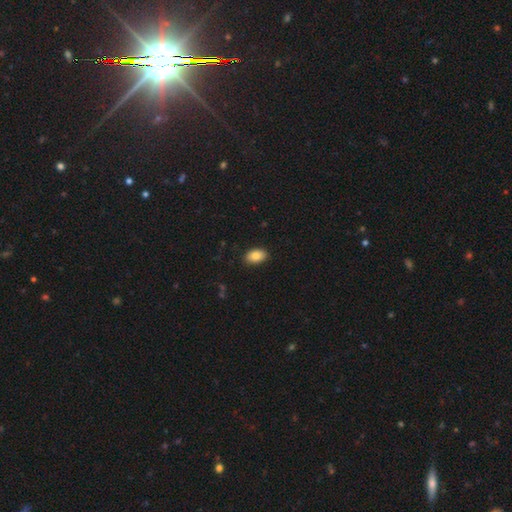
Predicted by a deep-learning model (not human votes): The model was most divided on "smooth or featured": smooth: 86%, star or artifact: 8%, featured or disk: 7%. More confident: how rounded — in between (91%); merging — none (88%).